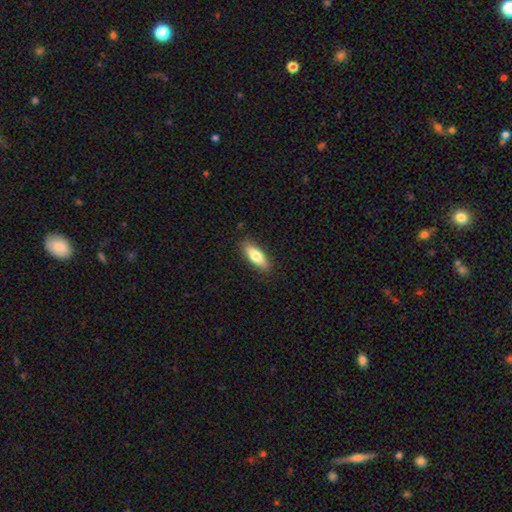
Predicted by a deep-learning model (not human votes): smooth_or_featured: smooth (p=0.78) [alt: featured or disk p=0.16]
how_rounded: in between (p=0.65) [alt: cigar-shaped p=0.33]
merging: none (p=0.86) [alt: minor disturbance p=0.11]